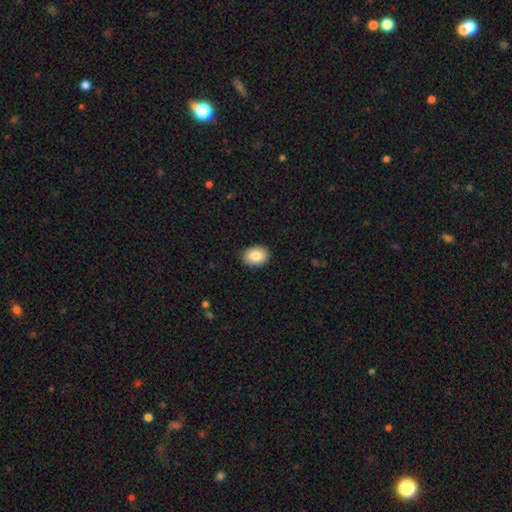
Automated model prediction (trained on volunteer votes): Overall: smooth (84%). How rounded: in between (64%; round 36%). Merging: none (90%).